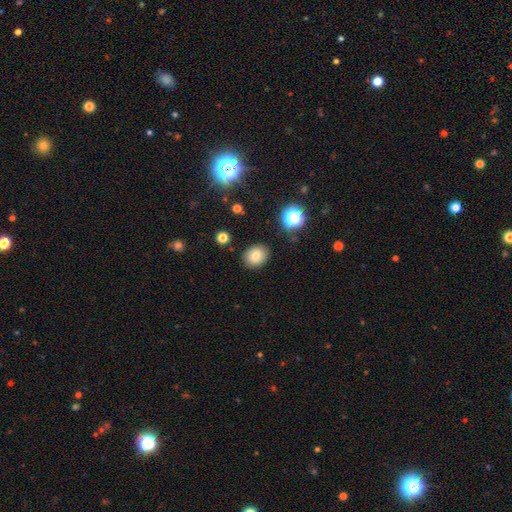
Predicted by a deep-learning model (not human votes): Smooth or featured? Predicted: smooth (p=0.78). How rounded? Predicted: round (p=0.54). Merging? Predicted: none (p=0.85).